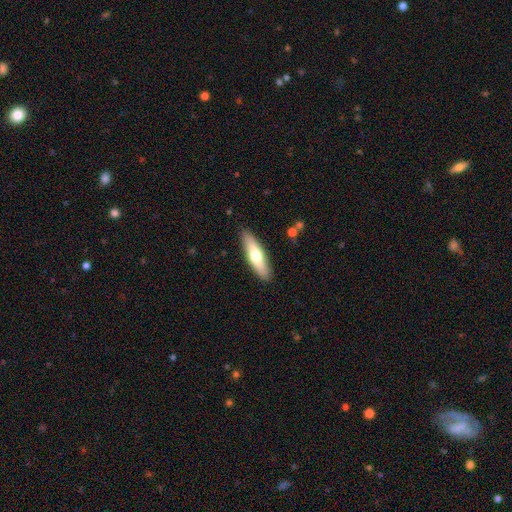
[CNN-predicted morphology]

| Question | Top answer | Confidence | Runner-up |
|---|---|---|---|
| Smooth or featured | smooth | 61% | featured or disk (34%) |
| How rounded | cigar-shaped | 66% | in between (33%) |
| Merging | none | 89% | minor disturbance (8%) |